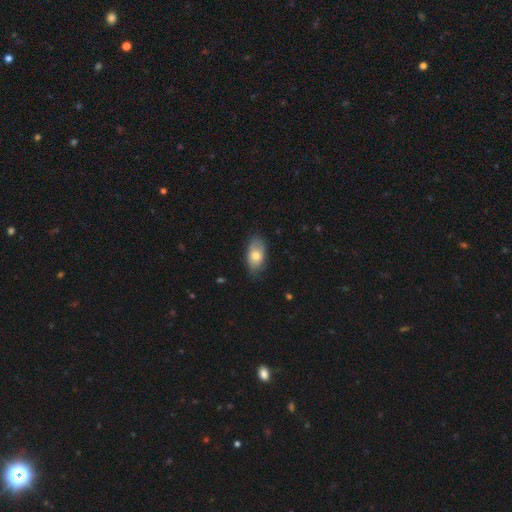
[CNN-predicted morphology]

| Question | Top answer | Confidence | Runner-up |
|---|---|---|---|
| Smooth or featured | smooth | 72% | featured or disk (21%) |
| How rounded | in between | 91% | round (6%) |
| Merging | none | 72% | minor disturbance (22%) |